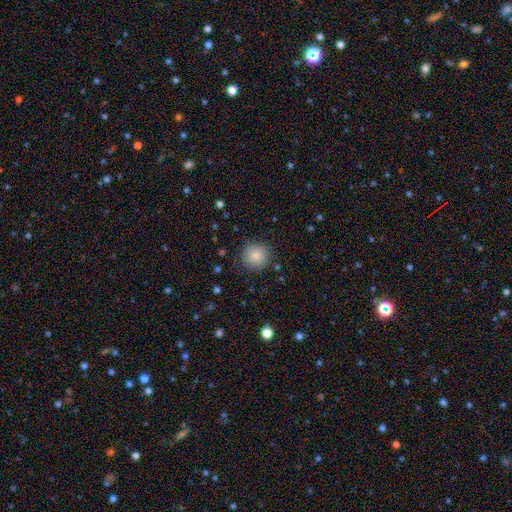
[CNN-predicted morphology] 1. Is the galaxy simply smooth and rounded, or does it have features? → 86% smooth, 9% star or artifact, 5% featured or disk.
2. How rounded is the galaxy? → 94% round, 5% in between, 1% cigar-shaped.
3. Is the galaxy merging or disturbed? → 88% none, 8% minor disturbance, 3% major disturbance, 1% merger.